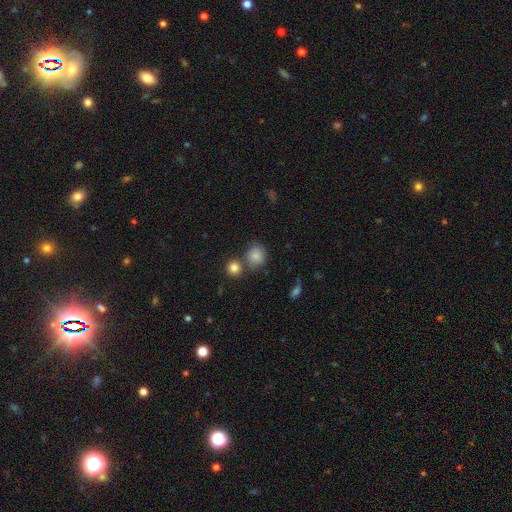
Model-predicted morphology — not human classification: Smooth or featured?
  - smooth: 83% *
  - star or artifact: 10%
  - featured or disk: 7%
How rounded?
  - round: 76% *
  - in between: 23%
  - cigar-shaped: 1%
Merging?
  - none: 59% *
  - merger: 22%
  - minor disturbance: 14%
  - major disturbance: 5%